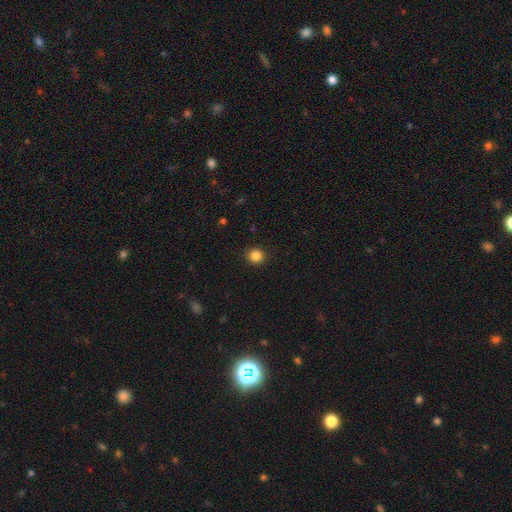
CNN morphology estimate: smooth 84%, star or artifact 12%, featured or disk 4%. Down the decision tree: how rounded — round (88%); merging — none (90%).